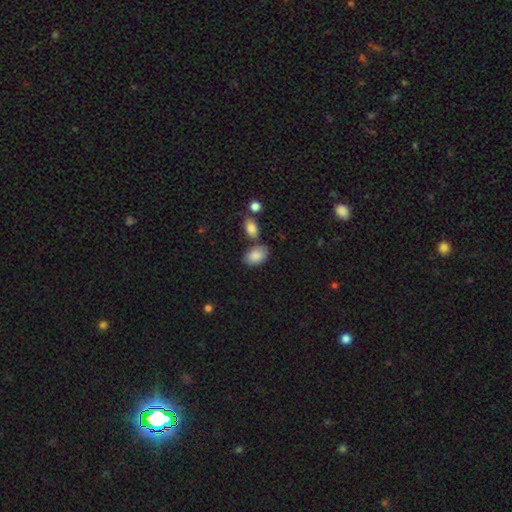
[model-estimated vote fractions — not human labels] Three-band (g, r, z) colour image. It shows a smooth galaxy with no disk features (86%) that is in between round and cigar-shaped (89%). Merging: none (68%).